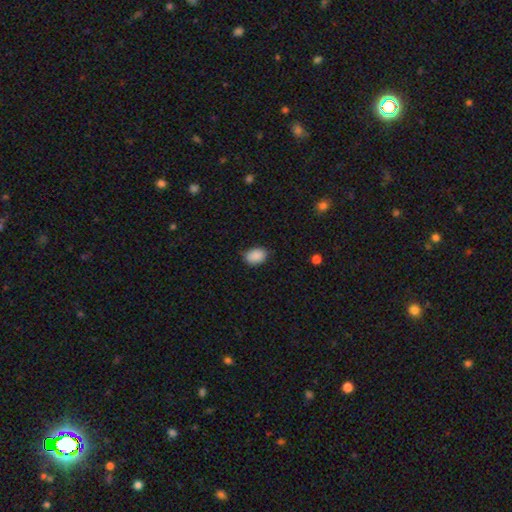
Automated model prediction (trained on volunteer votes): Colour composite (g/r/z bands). It shows a smooth galaxy with no disk features (89%) that is in between round and cigar-shaped (80%). Merging: none (79%).